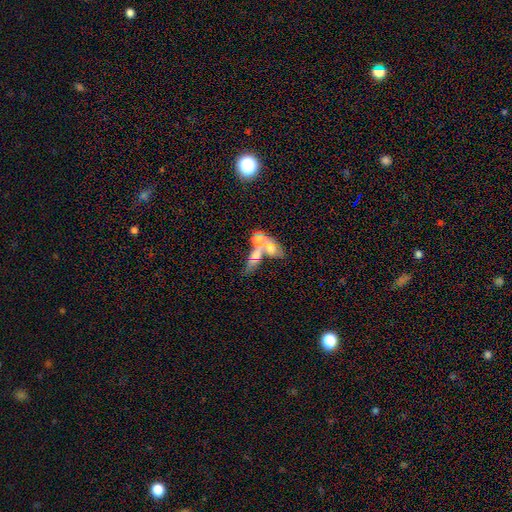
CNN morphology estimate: The model was most divided on "smooth or featured": smooth: 51%, featured or disk: 31%, star or artifact: 18%. More confident: how rounded — in between (56%); merging — merger (55%).